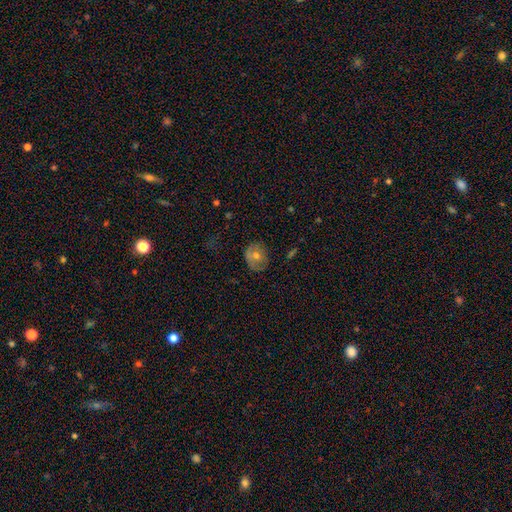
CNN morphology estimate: Overall: smooth (54%; featured or disk 35%). How rounded: round (68%; in between 31%). Merging: none (71%).